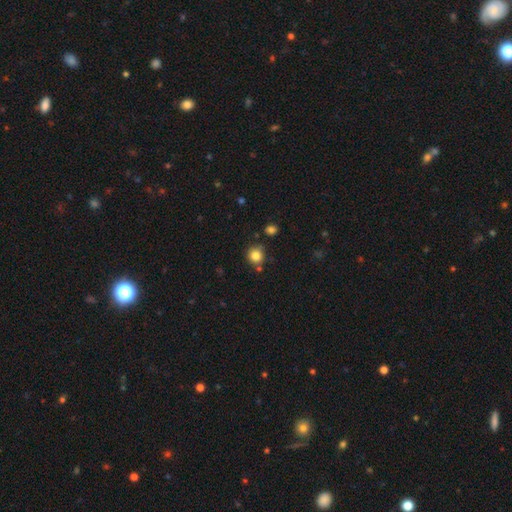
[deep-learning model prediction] Overall: smooth (82%). How rounded: round (89%). Merging: none (79%).